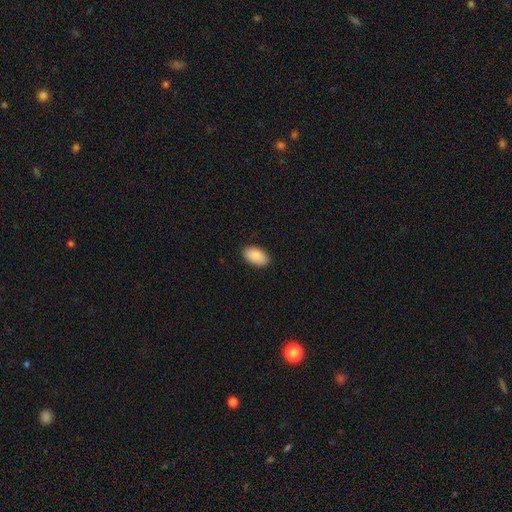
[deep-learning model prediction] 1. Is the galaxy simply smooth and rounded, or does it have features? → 87% smooth, 6% featured or disk, 6% star or artifact.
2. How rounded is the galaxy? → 94% in between, 4% round, 2% cigar-shaped.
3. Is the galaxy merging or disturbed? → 89% none, 8% minor disturbance, 2% major disturbance, 1% merger.